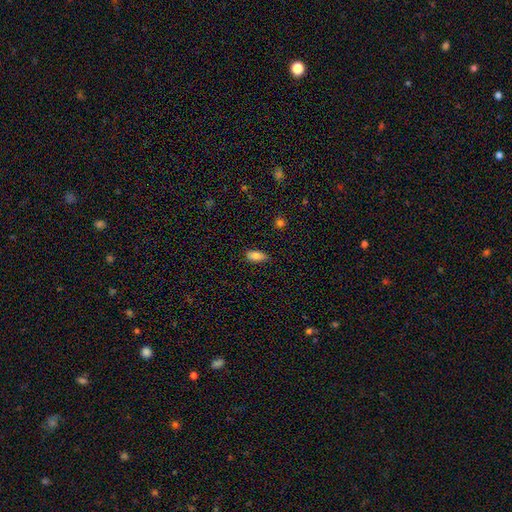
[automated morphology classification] The model was most divided on "merging": none: 80%, minor disturbance: 16%, major disturbance: 3%, merger: 1%. More confident: how rounded — in between (88%); smooth or featured — smooth (85%).